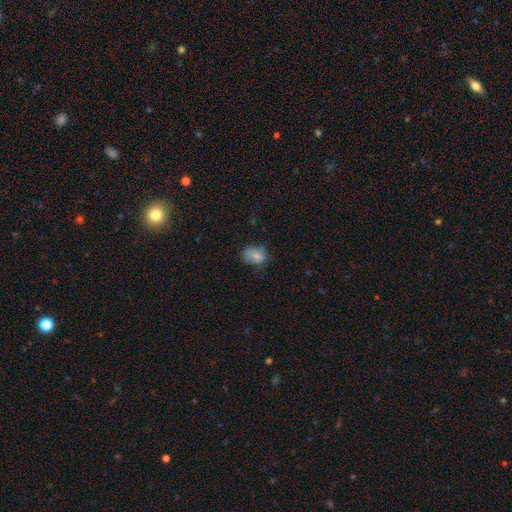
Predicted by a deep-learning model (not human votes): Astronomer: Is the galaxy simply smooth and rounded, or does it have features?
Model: smooth — 77%.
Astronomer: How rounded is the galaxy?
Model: in between — 68%.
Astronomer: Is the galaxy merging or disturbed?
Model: none — 58%.